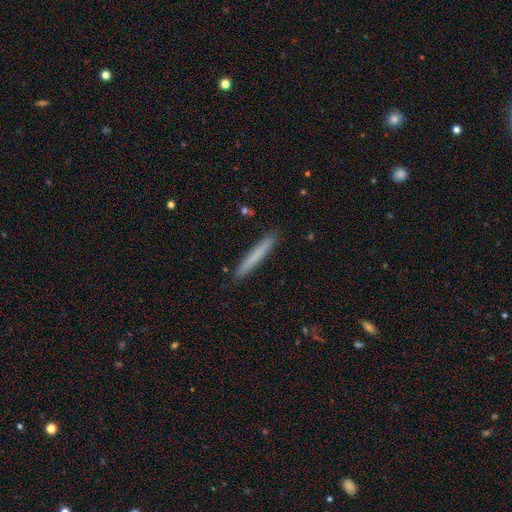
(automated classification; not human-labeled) Smooth or featured? Predicted: smooth (p=0.74). How rounded? Predicted: cigar-shaped (p=0.97). Merging? Predicted: none (p=0.92).